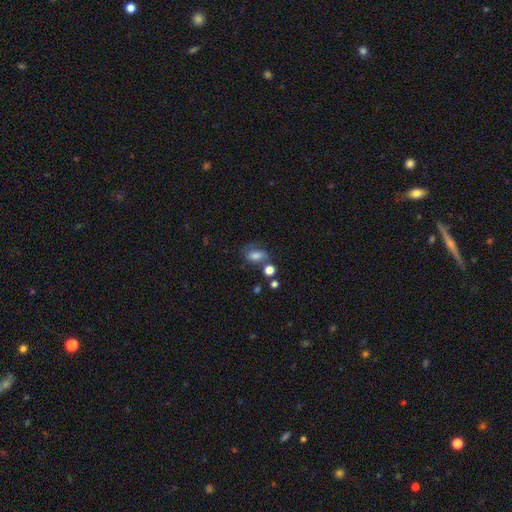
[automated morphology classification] Smooth or featured? Predicted: smooth (p=0.70). How rounded? Predicted: in between (p=0.80). Merging? Predicted: none (p=0.46).